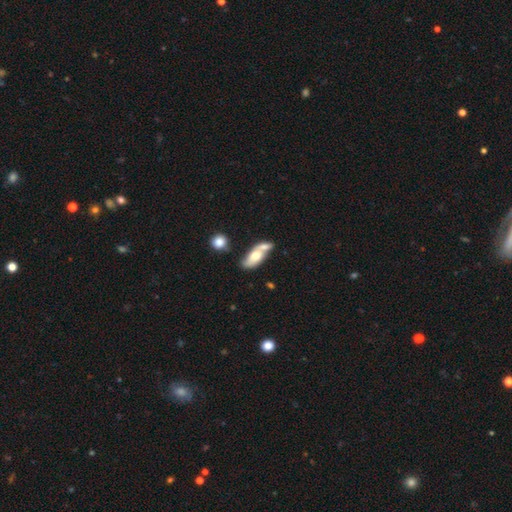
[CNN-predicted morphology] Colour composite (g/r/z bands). It shows a smooth galaxy with no disk features (55%) that is in between round and cigar-shaped (81%). Merging: merger (44%).